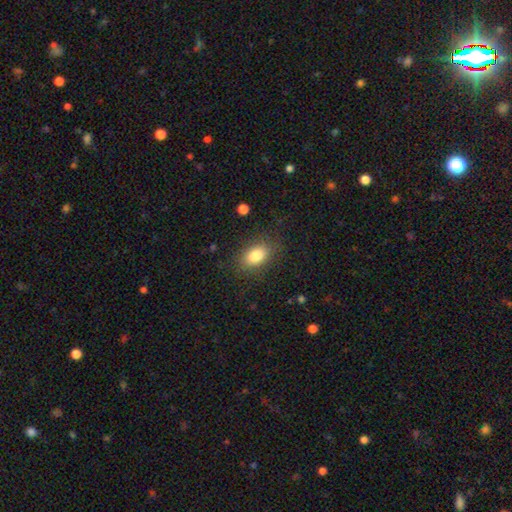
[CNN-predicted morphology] Smooth or featured?
  - smooth: 83% *
  - star or artifact: 9%
  - featured or disk: 8%
How rounded?
  - in between: 86% *
  - round: 11%
  - cigar-shaped: 3%
Merging?
  - none: 83% *
  - minor disturbance: 11%
  - major disturbance: 4%
  - merger: 1%